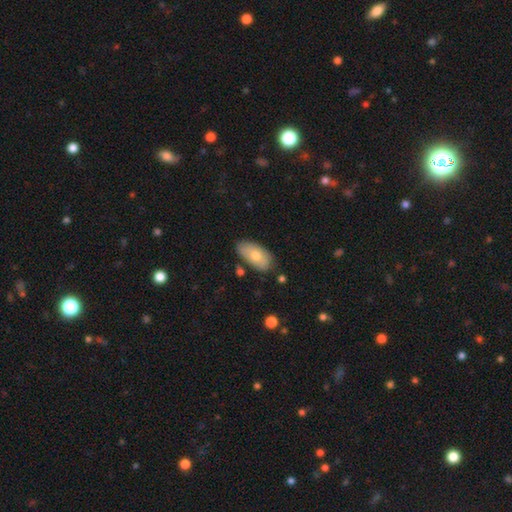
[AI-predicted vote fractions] Smooth or featured? Predicted: smooth (p=0.73). How rounded? Predicted: in between (p=0.94). Merging? Predicted: none (p=0.75).